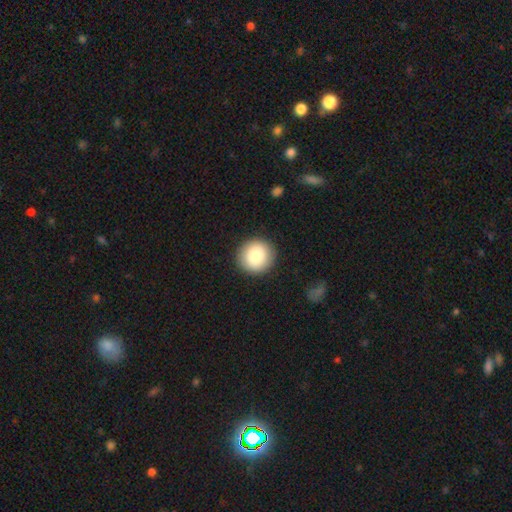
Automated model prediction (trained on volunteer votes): This appears to be a smooth galaxy with no disk features (84%) that is round (94%). Merging: none (91%).